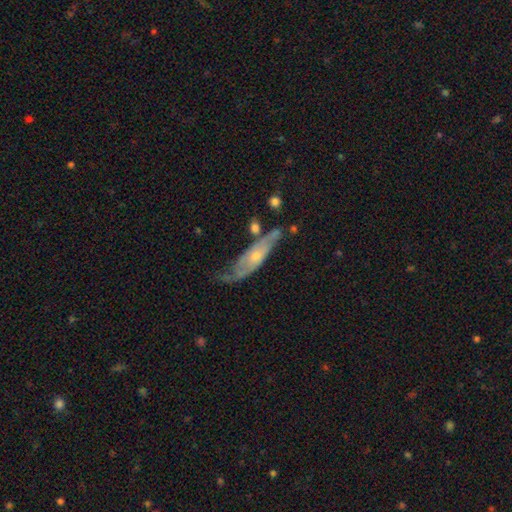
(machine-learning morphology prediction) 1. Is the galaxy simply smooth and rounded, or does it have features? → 69% featured or disk, 24% smooth, 6% star or artifact.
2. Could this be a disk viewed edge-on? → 72% no, 28% yes.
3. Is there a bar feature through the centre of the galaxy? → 73% no, 22% weak, 5% strong.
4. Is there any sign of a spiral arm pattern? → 78% yes, 22% no.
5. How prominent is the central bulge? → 58% small, 37% moderate, 2% none, 2% large, 1% dominant.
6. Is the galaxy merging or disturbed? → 45% none, 28% minor disturbance, 17% major disturbance, 9% merger.